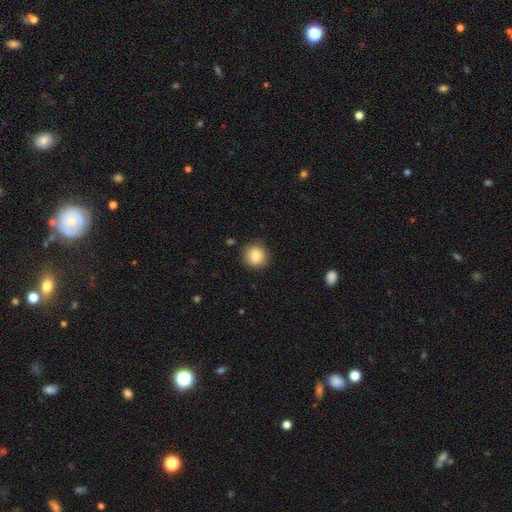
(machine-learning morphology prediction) smooth-or-featured: smooth: 83% | star or artifact: 9% | featured or disk: 8%
  how-rounded: round: 91% | in between: 8% | cigar-shaped: 1%
  merging: none: 87% | minor disturbance: 10% | major disturbance: 2% | merger: 1%